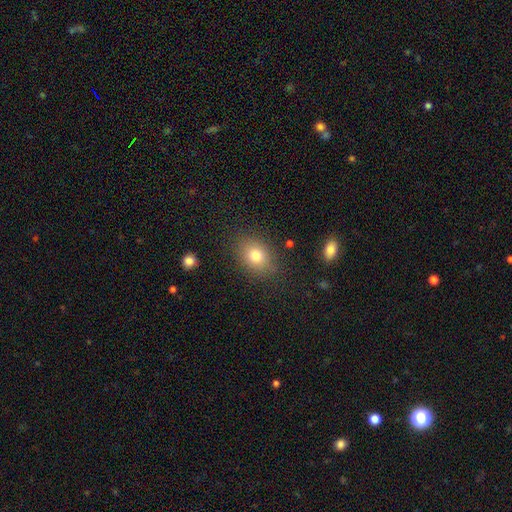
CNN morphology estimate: Smooth or featured?
  - smooth: 78% *
  - star or artifact: 11%
  - featured or disk: 11%
How rounded?
  - in between: 62% *
  - round: 37%
  - cigar-shaped: 1%
Merging?
  - none: 82% *
  - minor disturbance: 12%
  - major disturbance: 4%
  - merger: 2%